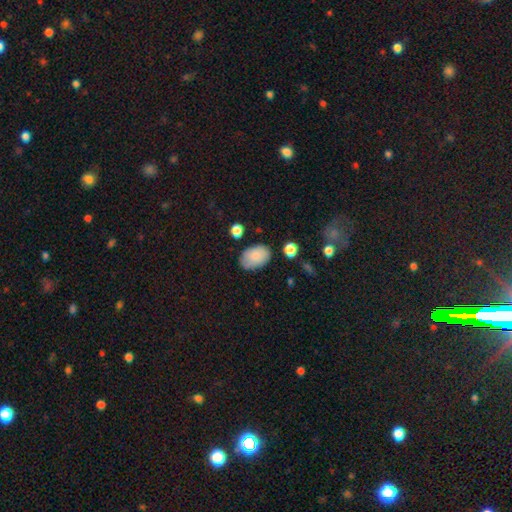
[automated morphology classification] Q: Smooth or featured?
A: smooth (86%); runner-up: featured or disk (8%)
Q: How rounded?
A: in between (90%); runner-up: round (9%)
Q: Merging?
A: none (77%); runner-up: minor disturbance (17%)